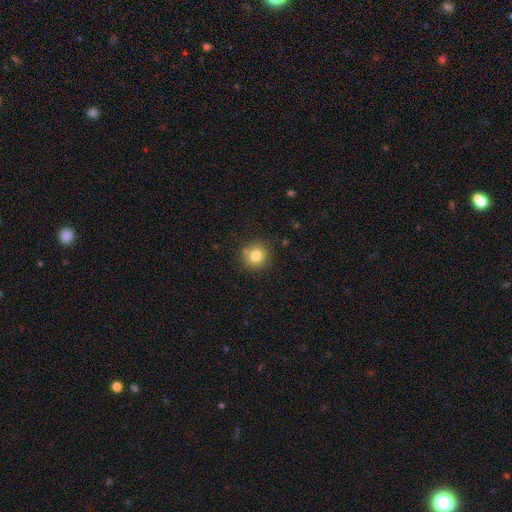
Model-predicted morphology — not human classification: This appears to be a smooth galaxy with no disk features (81%) that is round (91%). Merging: none (83%).